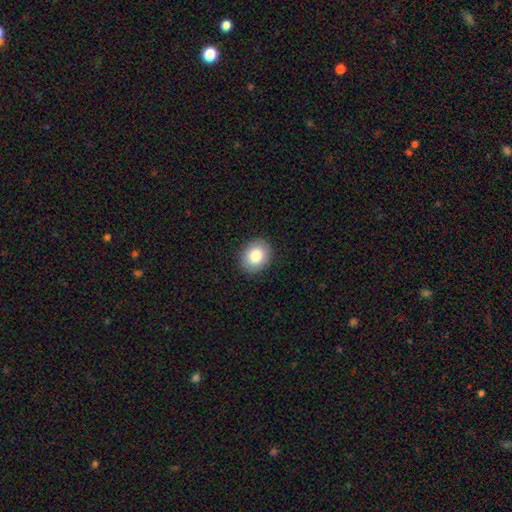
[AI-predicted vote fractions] A smooth galaxy with no disk features (85%) that is round (59%). Merging: none (90%).